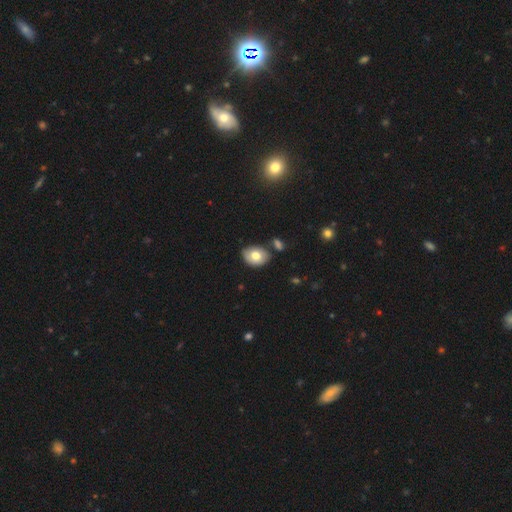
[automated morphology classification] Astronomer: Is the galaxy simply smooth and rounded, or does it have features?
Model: smooth — 73%.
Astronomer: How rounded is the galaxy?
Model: in between — 71%.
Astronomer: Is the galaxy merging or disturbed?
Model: none — 70%.